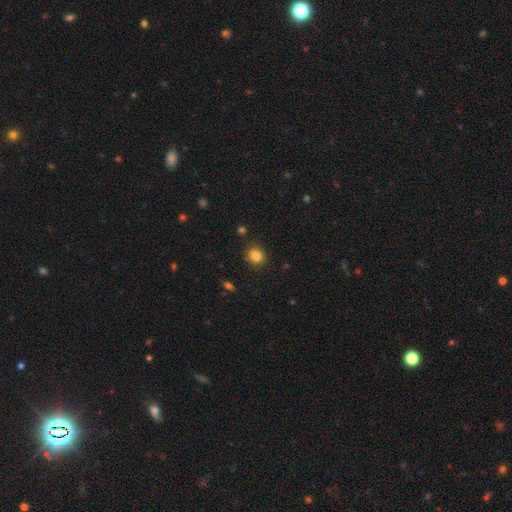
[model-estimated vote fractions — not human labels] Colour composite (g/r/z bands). It shows a smooth galaxy with no disk features (83%) that is round (85%). Merging: none (88%).